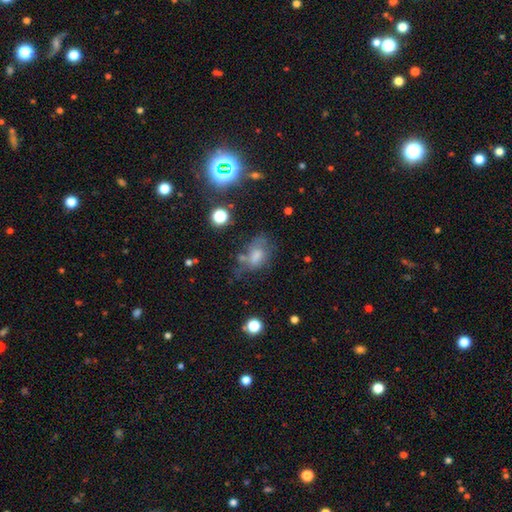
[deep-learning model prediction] The model was most divided on "merging": none: 35%, minor disturbance: 27%, major disturbance: 26%, merger: 12%. More confident: how rounded — in between (82%); smooth or featured — smooth (57%).